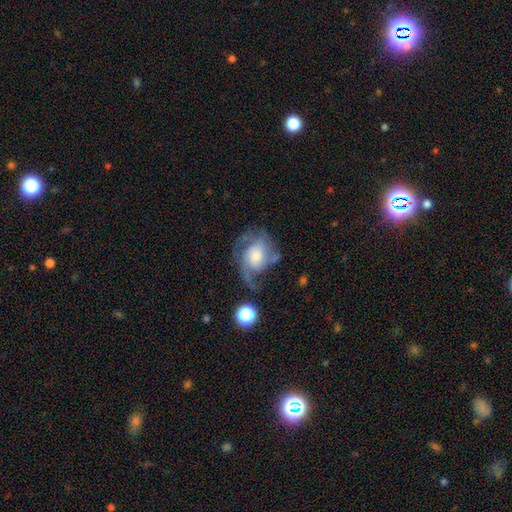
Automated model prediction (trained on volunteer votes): Q: Smooth or featured?
A: featured or disk (79%); runner-up: smooth (14%)
Q: Edge-on disk?
A: no (97%); runner-up: yes (3%)
Q: Bar?
A: no (65%); runner-up: weak (30%)
Q: Spiral arms?
A: yes (93%); runner-up: no (7%)
Q: Spiral winding?
A: medium (47%); runner-up: tight (28%)
Q: Spiral arm count?
A: 2 (35%); runner-up: 3 (25%)
Q: Bulge size?
A: moderate (46%); runner-up: small (23%)
Q: Merging?
A: none (48%); runner-up: major disturbance (26%)